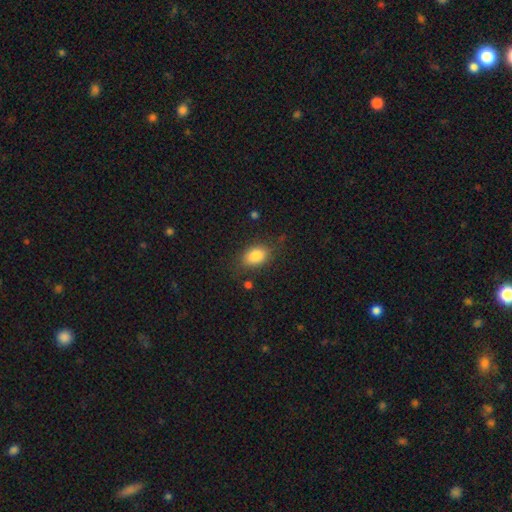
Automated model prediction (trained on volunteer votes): A smooth galaxy with no disk features (84%) that is in between round and cigar-shaped (81%). Merging: none (78%).